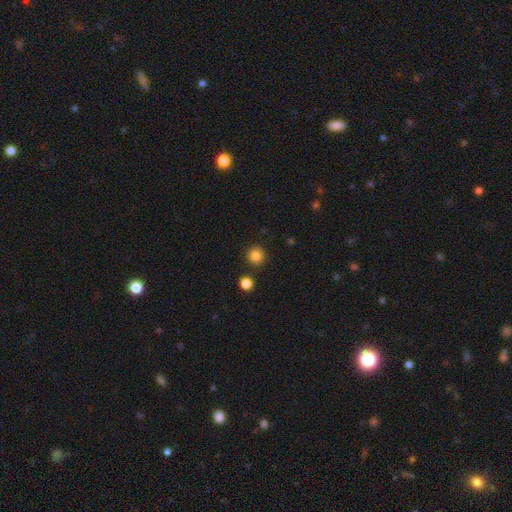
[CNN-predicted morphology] A smooth galaxy with no disk features (85%) that is round (94%). Merging: none (90%).